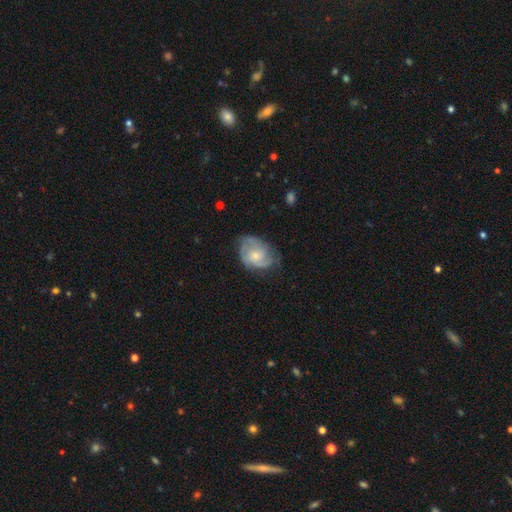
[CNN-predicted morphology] Smooth or featured?
  - featured or disk: 61% *
  - smooth: 32%
  - star or artifact: 6%
Edge-on disk?
  - no: 97% *
  - yes: 3%
Bar?
  - no: 73% *
  - weak: 24%
  - strong: 3%
Spiral arms?
  - yes: 83% *
  - no: 17%
Bulge size?
  - small: 56% *
  - moderate: 38%
  - none: 3%
  - large: 2%
  - dominant: 1%
Merging?
  - none: 53% *
  - minor disturbance: 31%
  - major disturbance: 15%
  - merger: 1%